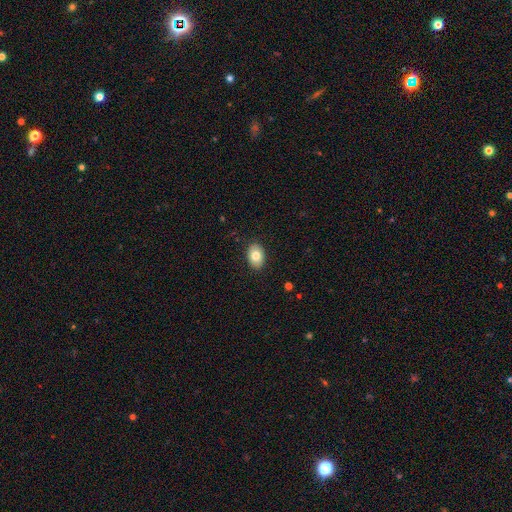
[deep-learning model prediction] Smooth or featured? smooth (79%)
How rounded? in between (83%)
Merging? none (89%)